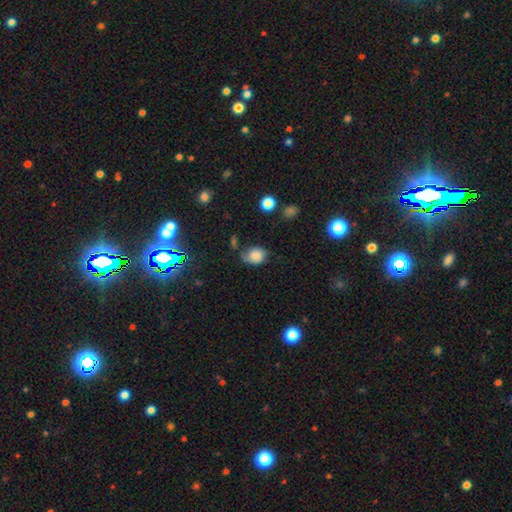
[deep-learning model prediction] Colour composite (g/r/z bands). It shows a smooth galaxy with no disk features (73%) that is in between round and cigar-shaped (53%). Merging: none (42%).